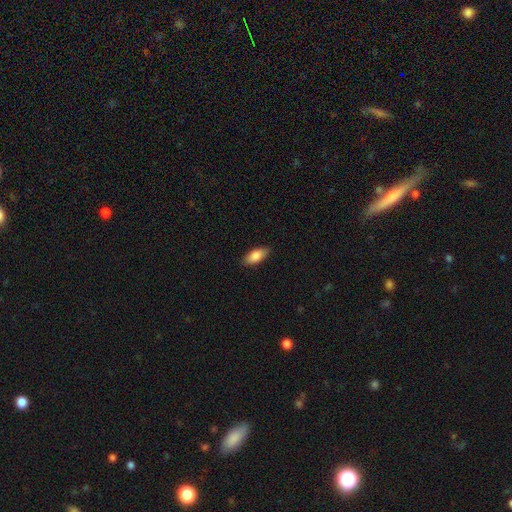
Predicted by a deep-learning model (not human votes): This is clearly a smooth galaxy (84%). How rounded: clearly in between (85%). Merging: clearly none (86%).